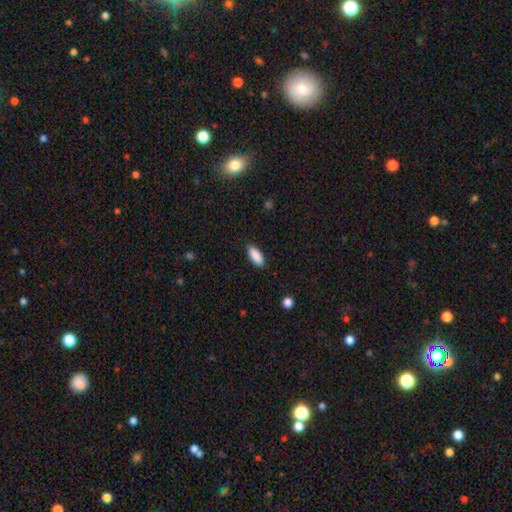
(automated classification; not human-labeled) A smooth galaxy with no disk features (90%) that is in between round and cigar-shaped (84%). Merging: none (87%).